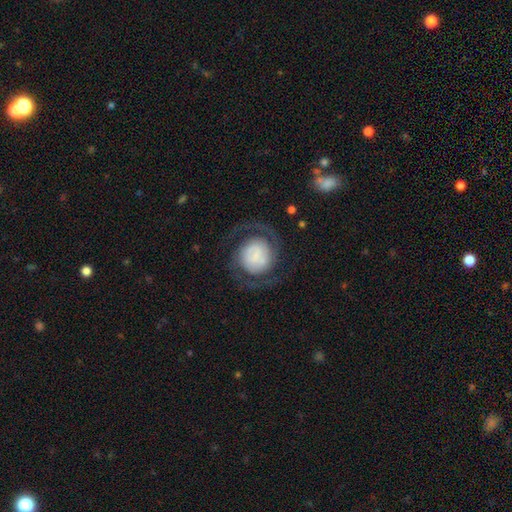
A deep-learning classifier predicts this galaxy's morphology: Q: Smooth or featured?
A: featured or disk (71%); runner-up: smooth (22%)
Q: Edge-on disk?
A: no (97%); runner-up: yes (3%)
Q: Bar?
A: no (56%); runner-up: weak (31%)
Q: Spiral arms?
A: yes (92%); runner-up: no (8%)
Q: Spiral winding?
A: tight (40%); runner-up: medium (39%)
Q: Spiral arm count?
A: 2 (80%); runner-up: can't tell (8%)
Q: Bulge size?
A: small (40%); runner-up: none (25%)
Q: Merging?
A: none (70%); runner-up: major disturbance (16%)